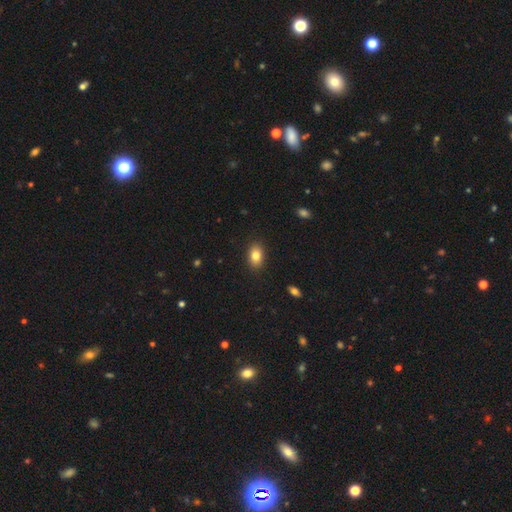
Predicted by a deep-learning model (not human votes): Smooth or featured?
  - smooth: 82% *
  - featured or disk: 9%
  - star or artifact: 9%
How rounded?
  - in between: 84% *
  - round: 14%
  - cigar-shaped: 2%
Merging?
  - none: 88% *
  - minor disturbance: 9%
  - major disturbance: 2%
  - merger: 1%